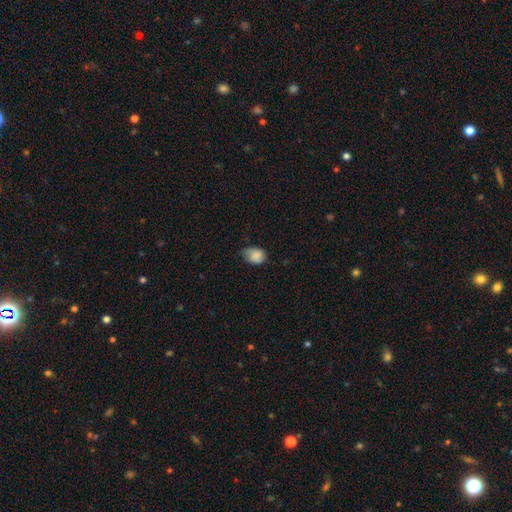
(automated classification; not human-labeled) Smooth or featured: smooth — 81% (featured or disk — 11%)
How rounded: in between — 67% (round — 32%)
Merging: none — 44% (minor disturbance — 42%)